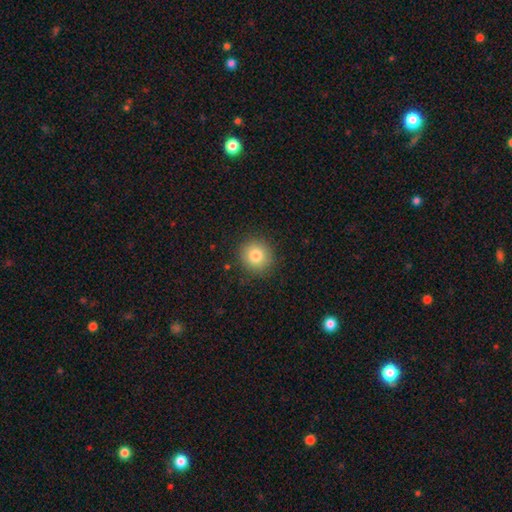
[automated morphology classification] The model was most divided on "smooth or featured": smooth: 81%, star or artifact: 10%, featured or disk: 8%. More confident: how rounded — round (91%); merging — none (89%).